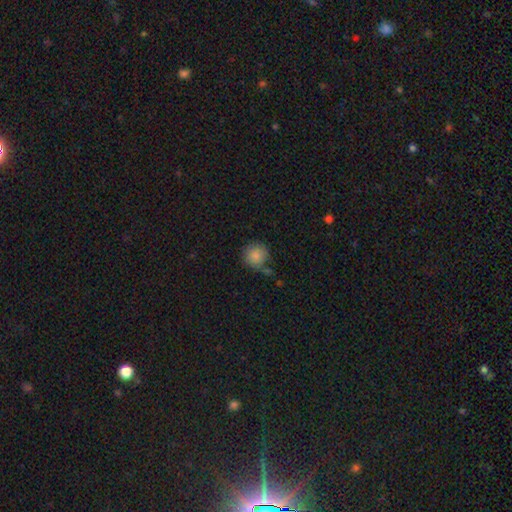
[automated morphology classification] Smooth or featured? smooth (87%)
How rounded? round (93%)
Merging? none (70%)